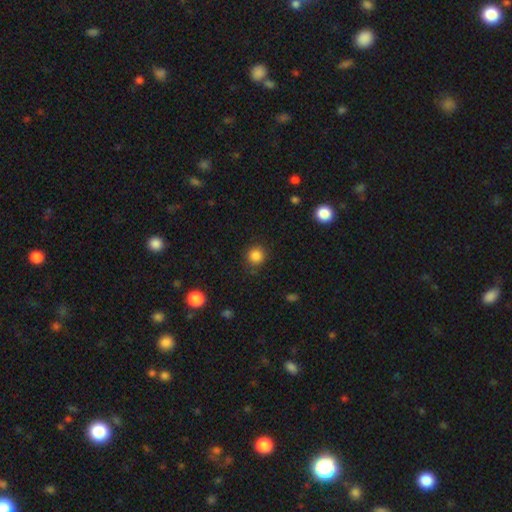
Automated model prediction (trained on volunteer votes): Q: Smooth or featured?
A: smooth (85%); runner-up: star or artifact (12%)
Q: How rounded?
A: round (92%); runner-up: in between (7%)
Q: Merging?
A: none (88%); runner-up: minor disturbance (8%)